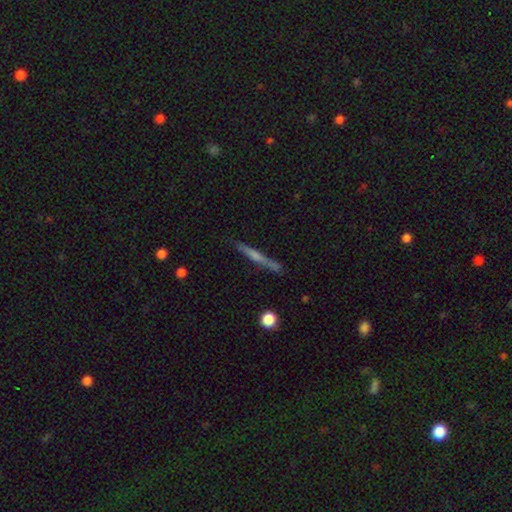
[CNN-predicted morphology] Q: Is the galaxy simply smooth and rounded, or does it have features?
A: featured or disk — 61%.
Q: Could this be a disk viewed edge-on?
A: yes — 94%.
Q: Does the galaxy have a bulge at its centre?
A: rounded — 68%.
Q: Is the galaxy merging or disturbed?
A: none — 85%.